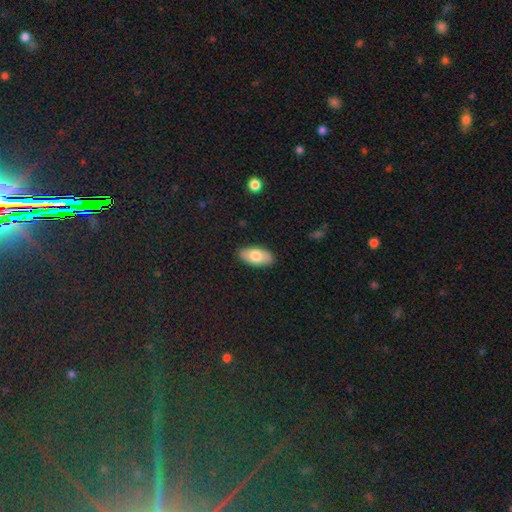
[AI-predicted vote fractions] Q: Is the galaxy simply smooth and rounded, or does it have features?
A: smooth — 76%.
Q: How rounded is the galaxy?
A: in between — 94%.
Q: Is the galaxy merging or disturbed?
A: none — 88%.